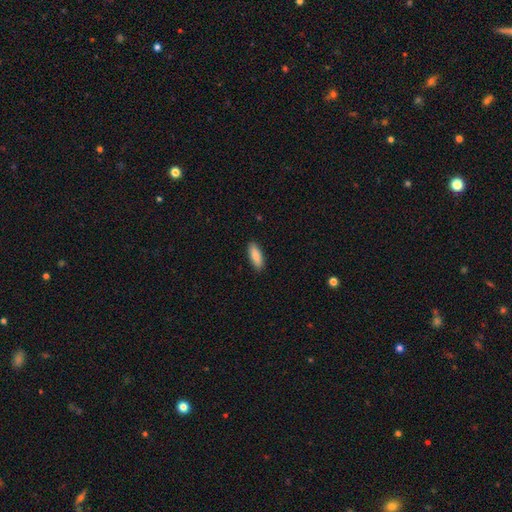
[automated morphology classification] A smooth galaxy with no disk features (87%) that is in between round and cigar-shaped (67%).

Vote fractions:
- Smooth or featured? smooth: 87% / featured or disk: 8% / star or artifact: 6%
- How rounded? in between: 67% / cigar-shaped: 32% / round: 2%
- Merging? none: 89% / minor disturbance: 8% / major disturbance: 2% / merger: 1%